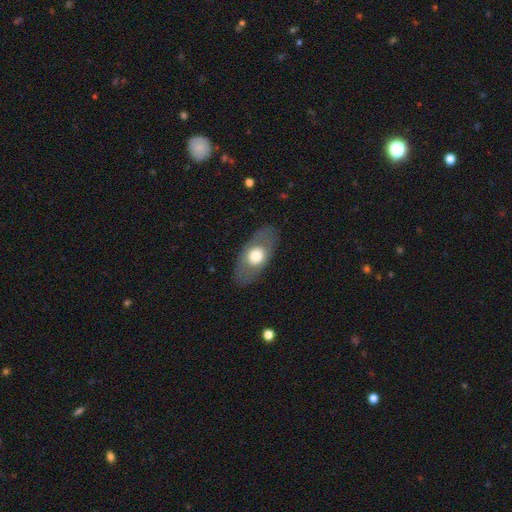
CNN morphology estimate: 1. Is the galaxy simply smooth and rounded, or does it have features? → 56% smooth, 38% featured or disk, 6% star or artifact.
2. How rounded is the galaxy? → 83% in between, 13% round, 4% cigar-shaped.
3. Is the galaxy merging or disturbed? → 81% none, 12% minor disturbance, 6% major disturbance, 1% merger.